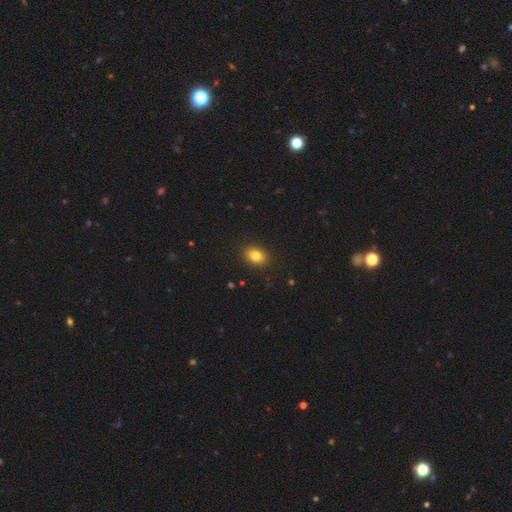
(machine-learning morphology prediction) Q: Smooth or featured?
A: smooth (83%); runner-up: star or artifact (10%)
Q: How rounded?
A: in between (62%); runner-up: round (37%)
Q: Merging?
A: none (90%); runner-up: minor disturbance (7%)